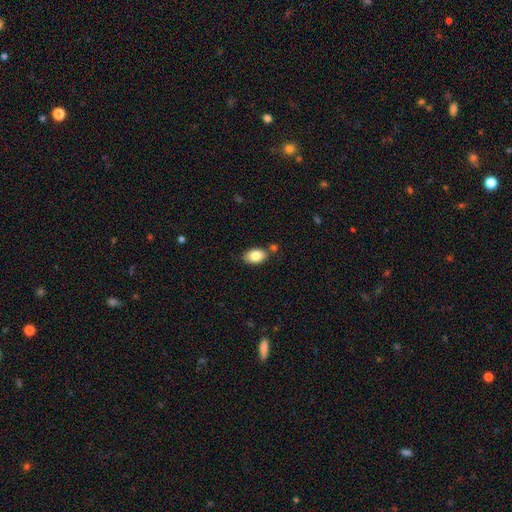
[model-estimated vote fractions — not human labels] Q: Smooth or featured?
A: smooth (83%); runner-up: featured or disk (9%)
Q: How rounded?
A: in between (88%); runner-up: round (10%)
Q: Merging?
A: none (77%); runner-up: minor disturbance (13%)